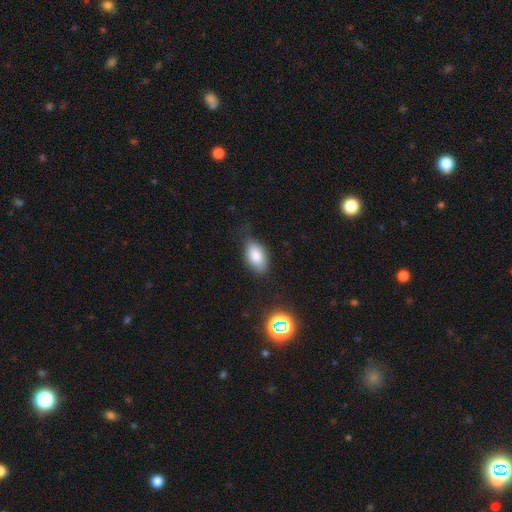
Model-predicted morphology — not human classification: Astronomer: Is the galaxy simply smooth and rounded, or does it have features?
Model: smooth — 82%.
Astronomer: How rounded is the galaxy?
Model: in between — 91%.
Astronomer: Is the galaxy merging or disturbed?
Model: none — 70%.